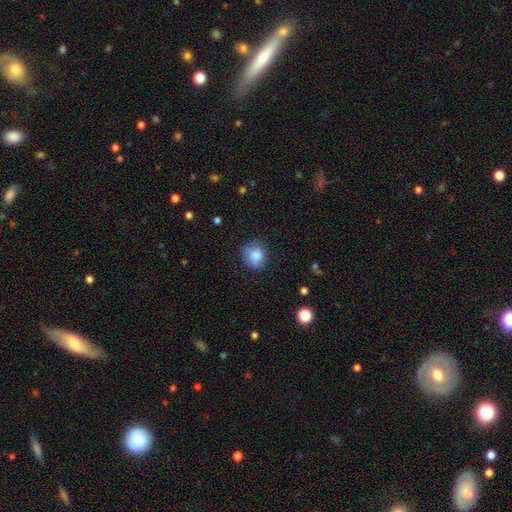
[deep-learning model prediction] smooth 79%, featured or disk 11%, star or artifact 9%. Down the decision tree: how rounded — round (76%); merging — none (73%).